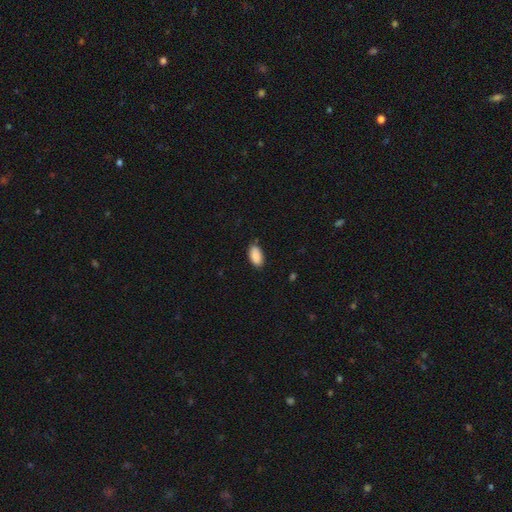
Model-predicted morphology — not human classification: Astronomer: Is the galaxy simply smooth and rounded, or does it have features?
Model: smooth — 90%.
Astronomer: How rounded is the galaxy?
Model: in between — 94%.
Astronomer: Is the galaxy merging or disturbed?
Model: none — 83%.